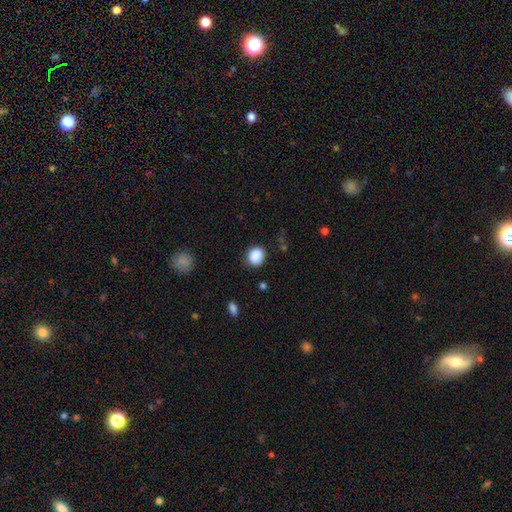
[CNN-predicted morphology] Overall: smooth (88%). How rounded: round (72%). Merging: none (84%).